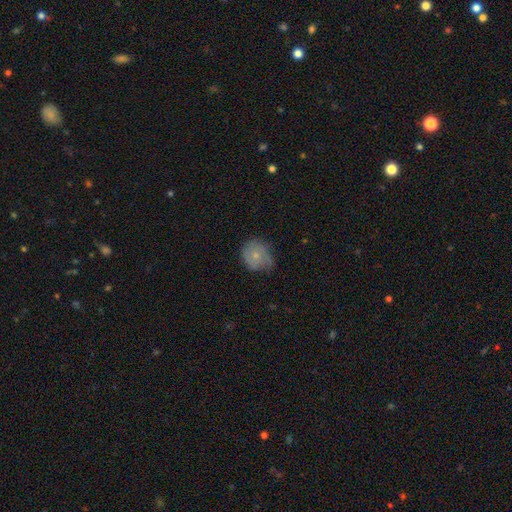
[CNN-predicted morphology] A smooth galaxy with no disk features (60%) that is round (72%).

Vote fractions:
- Smooth or featured? smooth: 60% / featured or disk: 32% / star or artifact: 8%
- How rounded? round: 72% / in between: 27% / cigar-shaped: 1%
- Merging? none: 52% / minor disturbance: 35% / major disturbance: 12% / merger: 2%